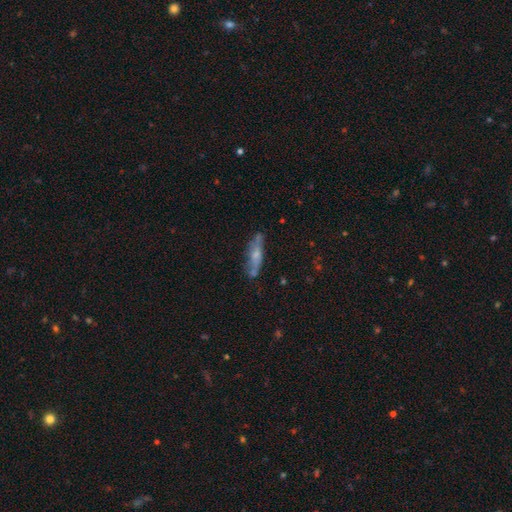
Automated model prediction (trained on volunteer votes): smooth-or-featured: featured or disk: 48% | smooth: 44% | star or artifact: 8%
  merging: none: 67% | minor disturbance: 21% | major disturbance: 6% | merger: 6%